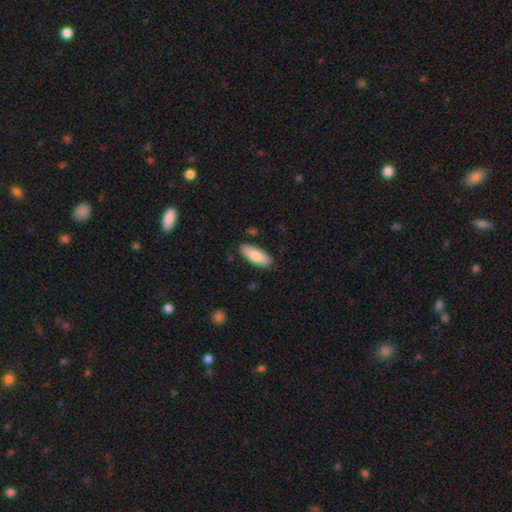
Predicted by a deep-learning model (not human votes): Overall: smooth (84%). How rounded: in between (77%). Merging: none (85%).